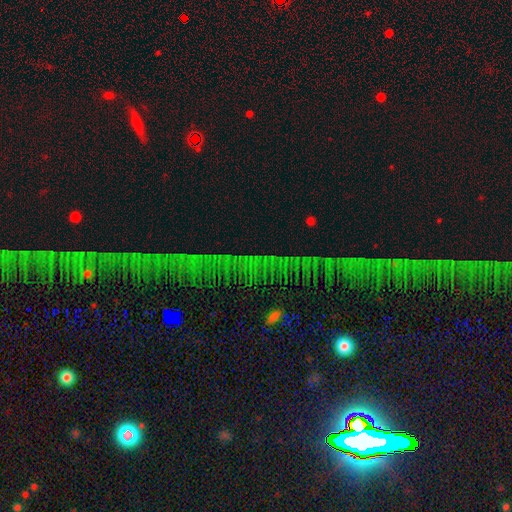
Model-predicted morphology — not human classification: Q: Smooth or featured?
A: star or artifact (76%); runner-up: featured or disk (13%)